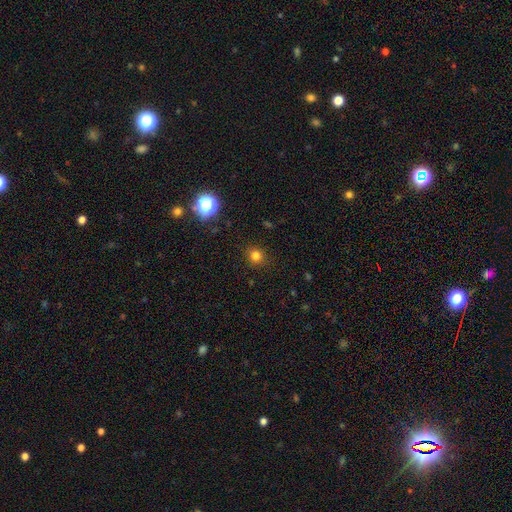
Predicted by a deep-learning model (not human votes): smooth_or_featured: smooth (p=0.78) [alt: star or artifact p=0.16]
how_rounded: round (p=0.90) [alt: in between p=0.09]
merging: none (p=0.90) [alt: minor disturbance p=0.06]